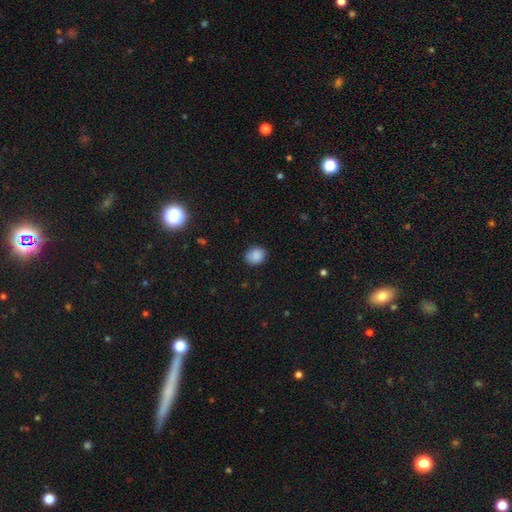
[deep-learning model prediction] Smooth or featured? smooth (87%)
How rounded? round (61%)
Merging? none (83%)